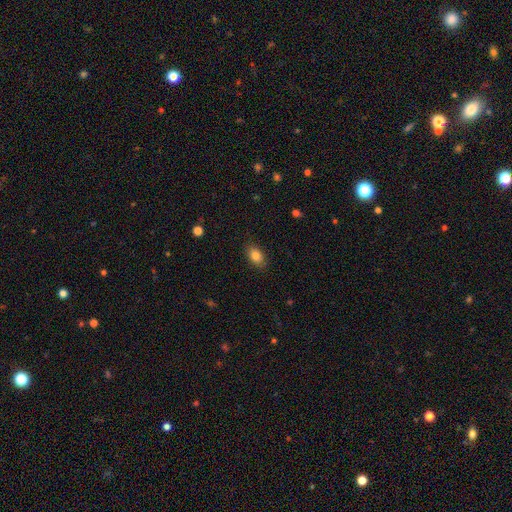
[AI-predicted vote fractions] A smooth galaxy with no disk features (83%) that is in between round and cigar-shaped (84%).

Vote fractions:
- Smooth or featured? smooth: 83% / star or artifact: 9% / featured or disk: 8%
- How rounded? in between: 84% / round: 14% / cigar-shaped: 2%
- Merging? none: 86% / minor disturbance: 10% / major disturbance: 3% / merger: 1%